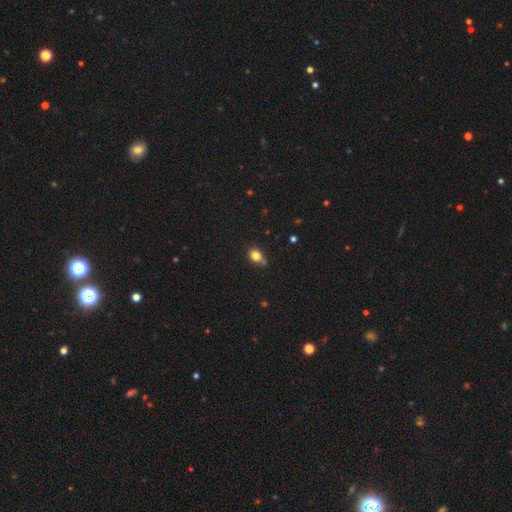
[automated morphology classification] type=smooth (80%); roundness=in between (59%); merging=none (62%).